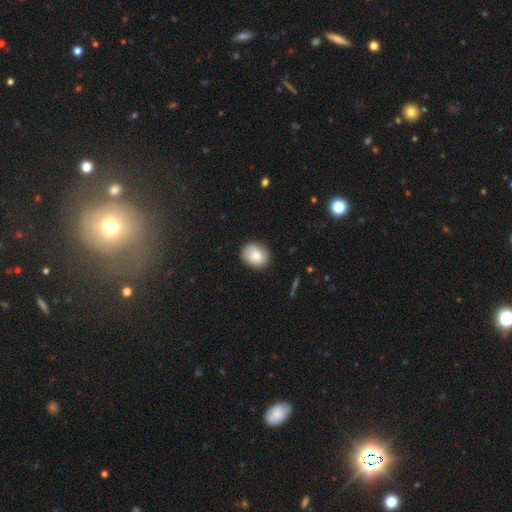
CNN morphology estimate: Smooth or featured: smooth — 75% (featured or disk — 18%)
How rounded: round — 57% (in between — 42%)
Merging: none — 82% (minor disturbance — 14%)